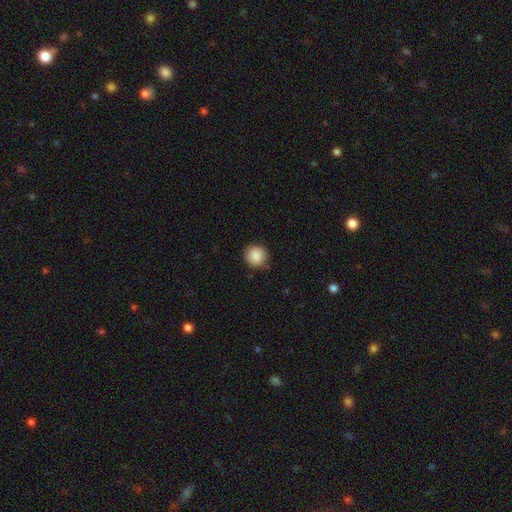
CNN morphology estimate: Smooth or featured?
  - smooth: 87% *
  - star or artifact: 8%
  - featured or disk: 4%
How rounded?
  - round: 88% *
  - in between: 11%
  - cigar-shaped: 1%
Merging?
  - none: 84% *
  - minor disturbance: 12%
  - major disturbance: 3%
  - merger: 1%